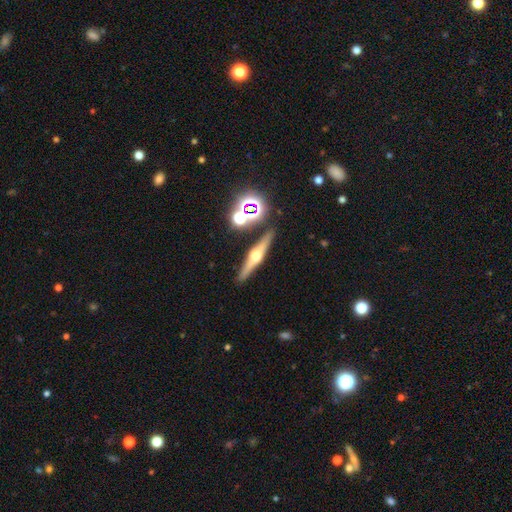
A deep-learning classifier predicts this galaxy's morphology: This is likely a featured or disk galaxy (72%). It is clearly viewed edge-on (96%). Edge-on bulge: clearly rounded (95%). Merging: clearly none (89%).